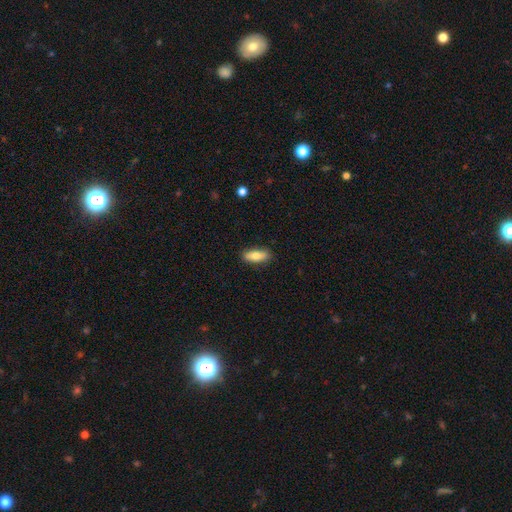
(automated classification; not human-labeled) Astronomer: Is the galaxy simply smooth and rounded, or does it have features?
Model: smooth — 77%.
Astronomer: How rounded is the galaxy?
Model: in between — 67%.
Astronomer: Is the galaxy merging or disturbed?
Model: none — 86%.